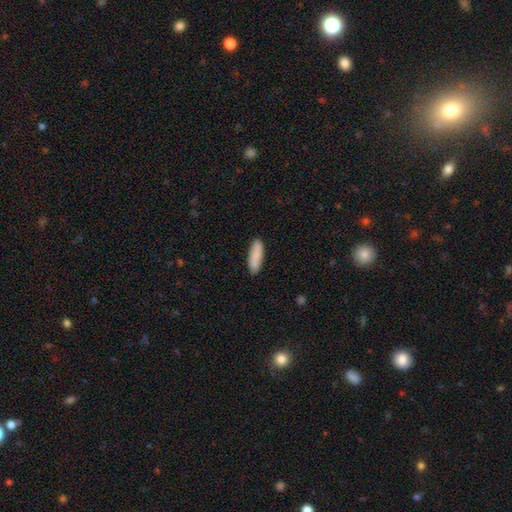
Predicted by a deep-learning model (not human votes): Smooth or featured: smooth — 87% (featured or disk — 7%)
How rounded: cigar-shaped — 52% (in between — 46%)
Merging: none — 88% (minor disturbance — 9%)